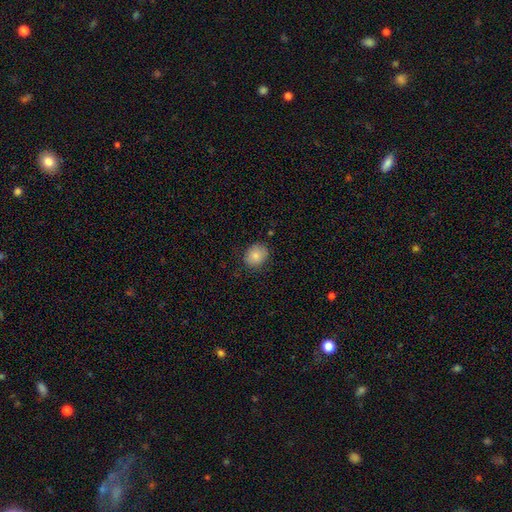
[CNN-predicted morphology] type=smooth (83%); roundness=round (60%); merging=none (81%).